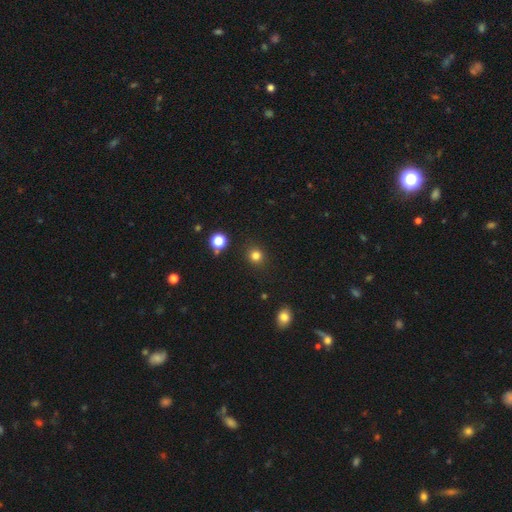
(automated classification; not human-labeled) Smooth or featured?
  - smooth: 81% *
  - star or artifact: 15%
  - featured or disk: 5%
How rounded?
  - round: 87% *
  - in between: 12%
  - cigar-shaped: 1%
Merging?
  - none: 89% *
  - minor disturbance: 7%
  - major disturbance: 2%
  - merger: 2%